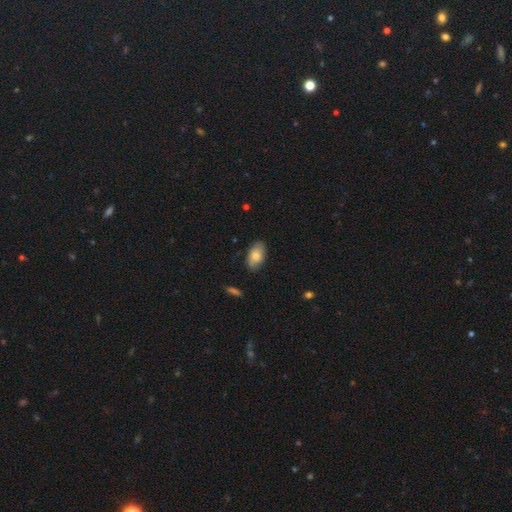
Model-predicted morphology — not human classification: The model was most divided on "smooth or featured": smooth: 80%, featured or disk: 14%, star or artifact: 6%. More confident: how rounded — in between (94%); merging — none (83%).